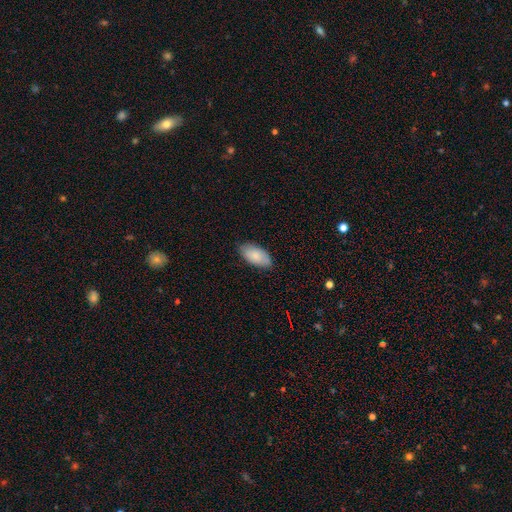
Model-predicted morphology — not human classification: smooth_or_featured: smooth (p=0.84) [alt: featured or disk p=0.11]
how_rounded: in between (p=0.95) [alt: cigar-shaped p=0.03]
merging: none (p=0.83) [alt: minor disturbance p=0.13]